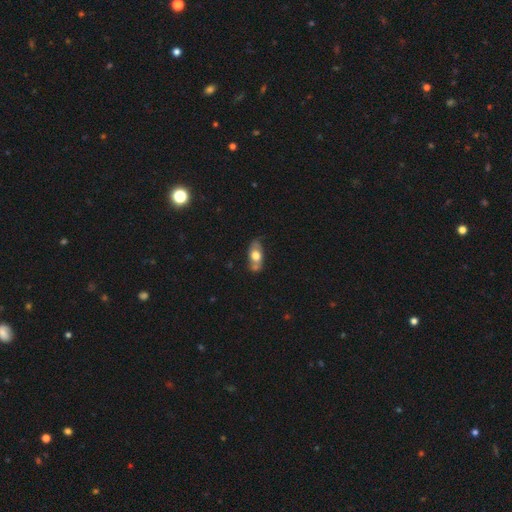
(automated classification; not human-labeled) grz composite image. It shows a smooth galaxy with no disk features (57%) that is in between round and cigar-shaped (83%). Merging: none (55%).